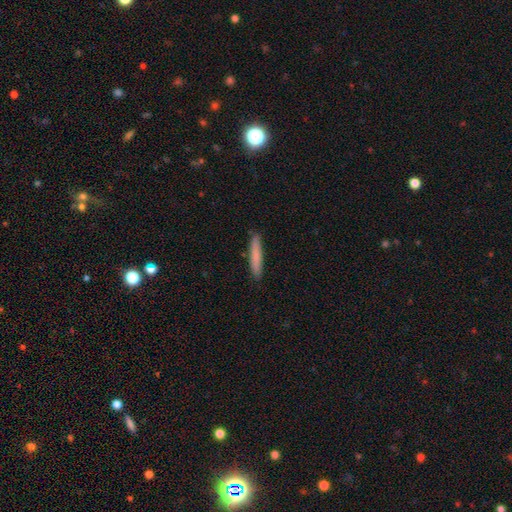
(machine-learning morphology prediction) Overall: smooth (80%). How rounded: cigar-shaped (94%). Merging: none (90%).